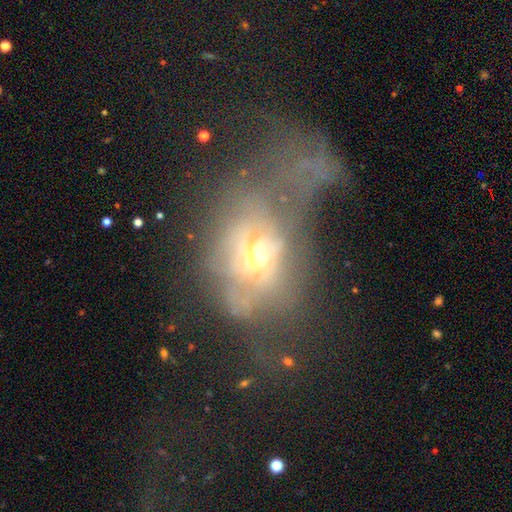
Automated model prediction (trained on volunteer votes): Smooth or featured: featured or disk — 54% (smooth — 30%)
Edge-on disk: no — 92% (yes — 8%)
Merging: major disturbance — 63% (none — 14%)